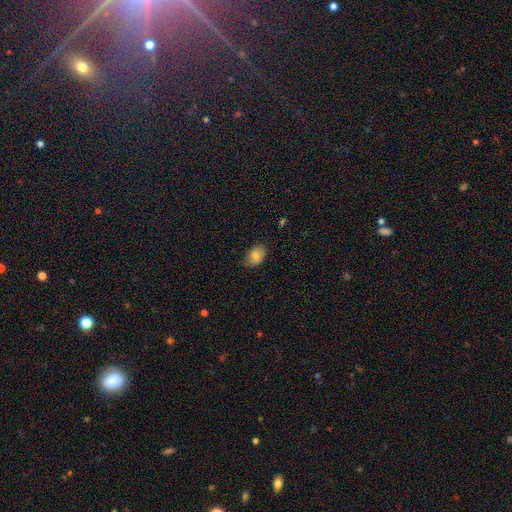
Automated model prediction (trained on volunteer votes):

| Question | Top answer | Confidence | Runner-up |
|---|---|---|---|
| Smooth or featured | smooth | 80% | featured or disk (12%) |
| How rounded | in between | 81% | round (18%) |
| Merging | none | 74% | minor disturbance (21%) |